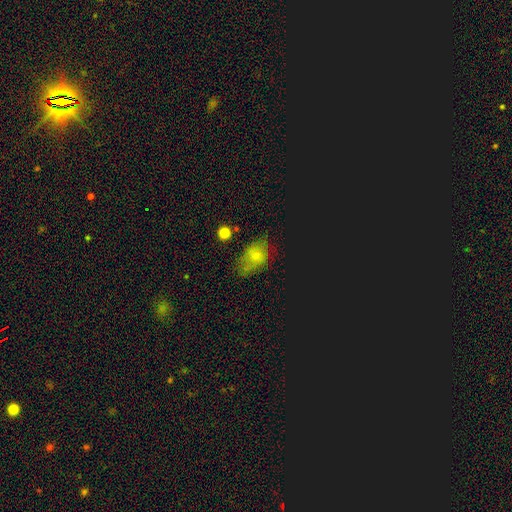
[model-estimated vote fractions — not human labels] smooth 51%, star or artifact 33%, featured or disk 17%. Down the decision tree: how rounded — in between (72%); merging — none (58%).